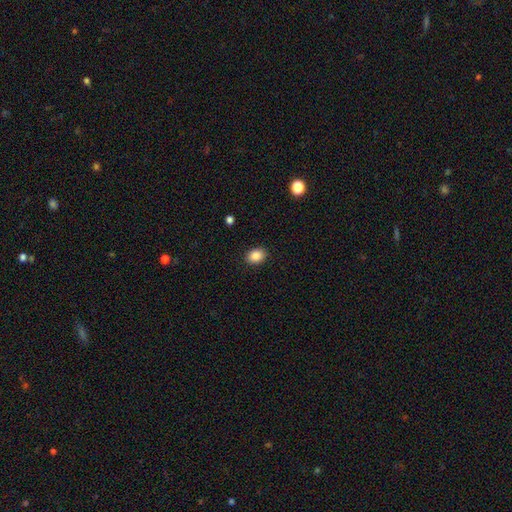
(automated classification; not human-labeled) The model was most divided on "how rounded": in between: 66%, round: 34%, cigar-shaped: 1%. More confident: merging — none (90%); smooth or featured — smooth (88%).